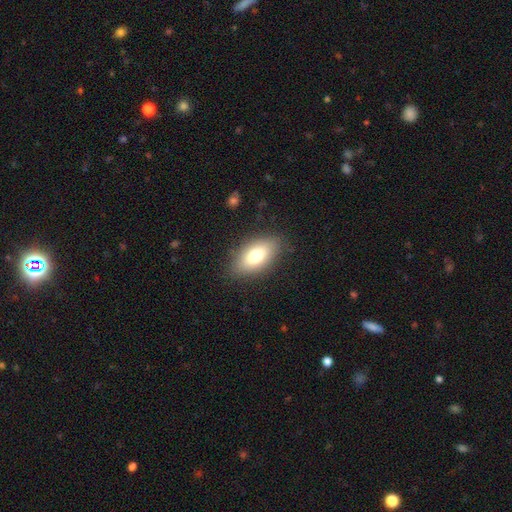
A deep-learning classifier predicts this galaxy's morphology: Overall: smooth (76%). How rounded: in between (88%). Merging: none (84%).